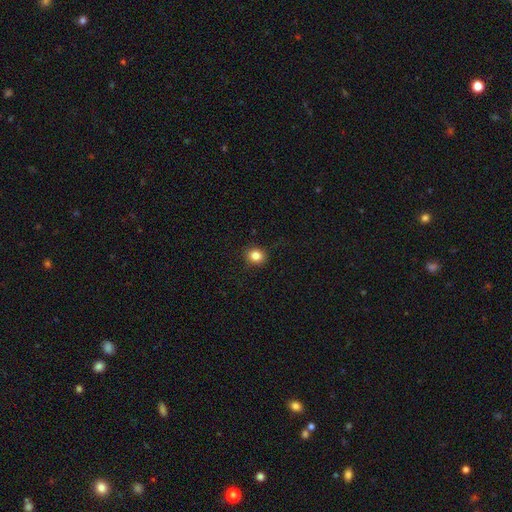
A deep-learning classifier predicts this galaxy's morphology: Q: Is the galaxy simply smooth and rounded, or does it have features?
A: smooth — 83%.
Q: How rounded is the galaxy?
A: round — 78%.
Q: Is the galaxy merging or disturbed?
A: none — 89%.